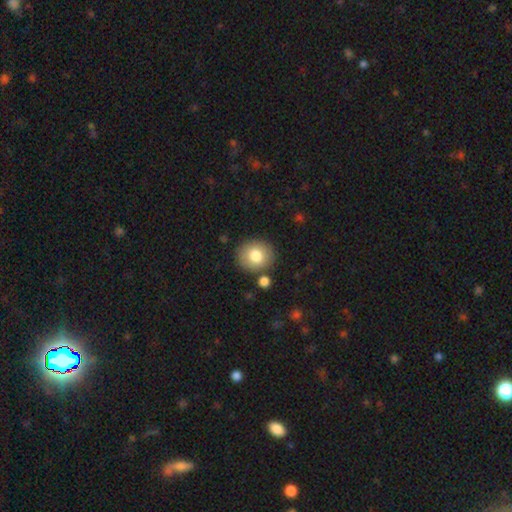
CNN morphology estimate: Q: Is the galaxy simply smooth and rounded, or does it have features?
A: smooth — 80%.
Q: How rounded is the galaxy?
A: round — 78%.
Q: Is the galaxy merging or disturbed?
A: none — 83%.